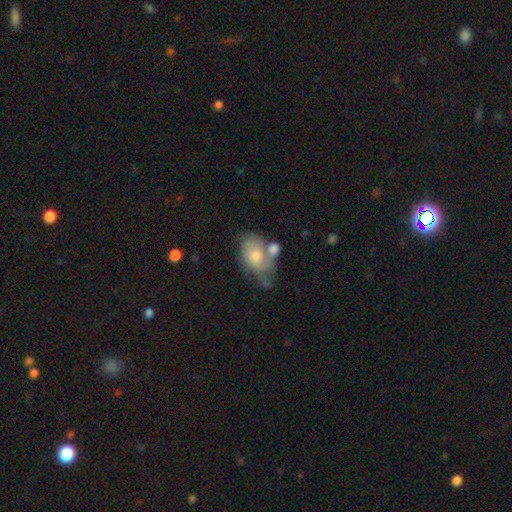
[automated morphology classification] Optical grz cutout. It shows a smooth galaxy with no disk features (66%) that is in between round and cigar-shaped (84%). Merging: none (32%).